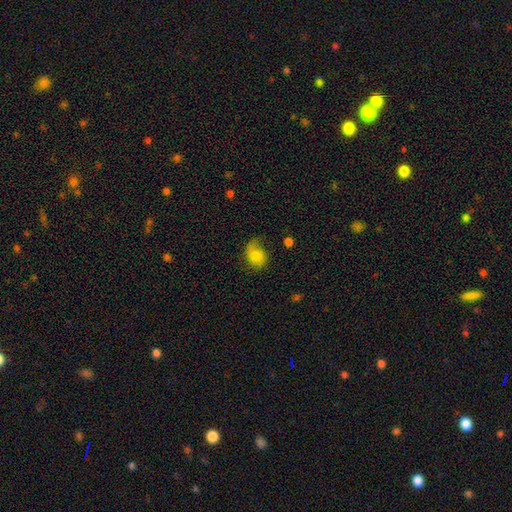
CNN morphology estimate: Smooth or featured? Predicted: smooth (p=0.71). How rounded? Predicted: in between (p=0.58). Merging? Predicted: none (p=0.47).